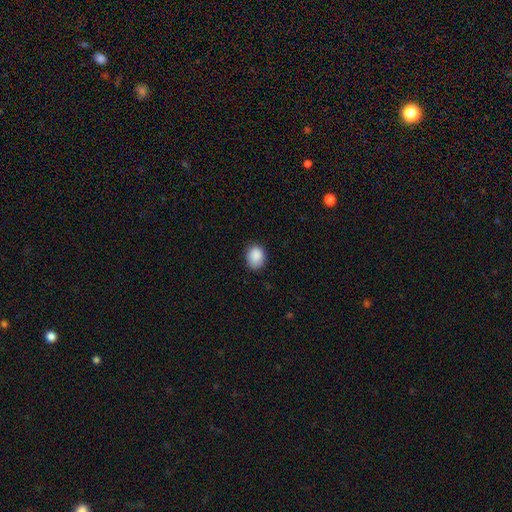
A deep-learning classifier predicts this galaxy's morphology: Overall: smooth (89%). How rounded: in between (52%; round 47%). Merging: none (81%).